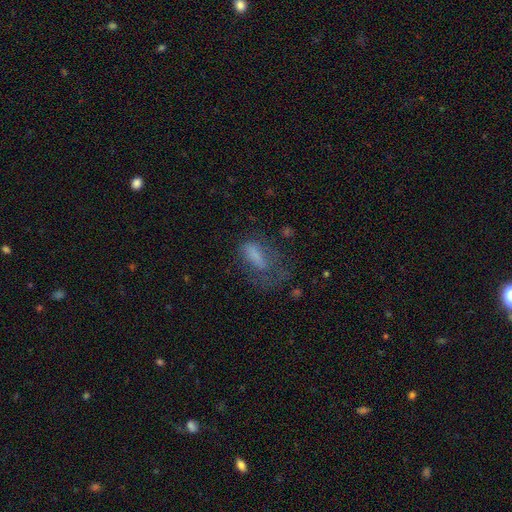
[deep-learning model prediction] A smooth galaxy with no disk features (61%) that is in between round and cigar-shaped (70%). Merging: major disturbance (47%).